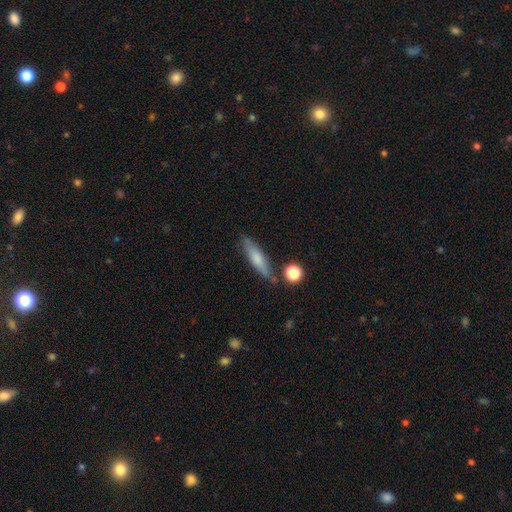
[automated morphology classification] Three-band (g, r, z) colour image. It shows a smooth galaxy with no disk features (61%) that is cigar-shaped (75%). Merging: none (76%).